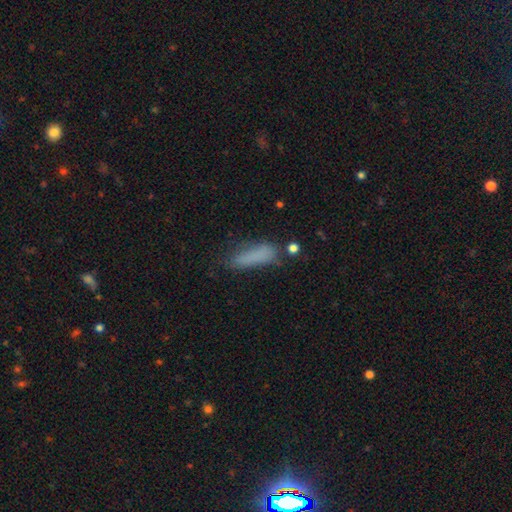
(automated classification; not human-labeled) A smooth galaxy with no disk features (79%) that is cigar-shaped (66%). Merging: none (60%).